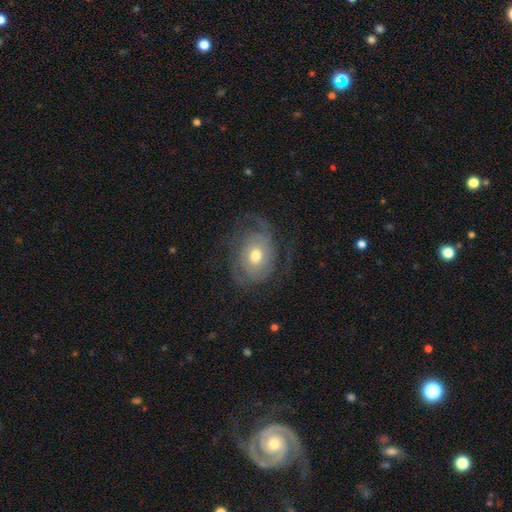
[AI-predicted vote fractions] A featured or disk galaxy (71%) with no bar (77%), tight (43%) spiral arms (82%) and a moderate central bulge (73%).

Vote fractions:
- Smooth or featured? featured or disk: 71% / smooth: 22% / star or artifact: 7%
- Edge-on disk? no: 96% / yes: 4%
- Bar? no: 77% / weak: 19% / strong: 4%
- Spiral arms? yes: 82% / no: 18%
- Spiral winding? tight: 43% / medium: 35% / loose: 22%
- Spiral arm count? can't tell: 34% / 2: 32% / 3: 16% / 1: 9% / 4: 5% / more than 4: 4%
- Bulge size? moderate: 73% / small: 17% / large: 8% / dominant: 1% / none: 1%
- Merging? none: 59% / major disturbance: 20% / minor disturbance: 20% / merger: 1%